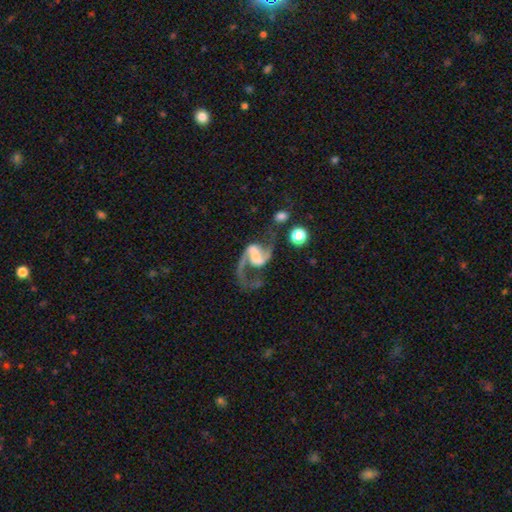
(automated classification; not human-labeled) This is clearly a featured or disk galaxy (91%). It is clearly not viewed edge-on (98%). Bar: marginally strong (43%). Spiral arm pattern: clearly yes (97%). Spiral arm count: clearly 2 (92%). Spiral winding: possibly loose (60%). Central bulge: possibly none (49%). Merging: possibly none (58%).